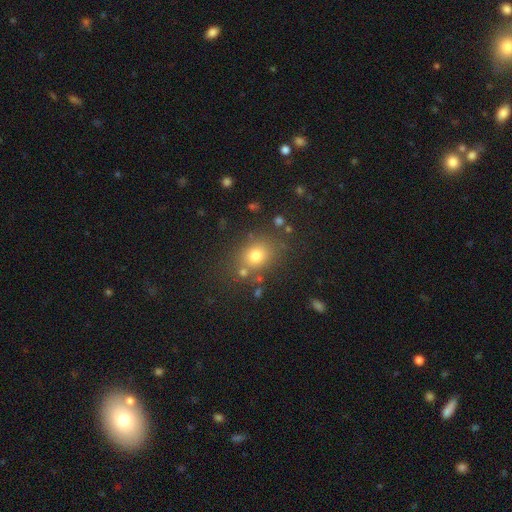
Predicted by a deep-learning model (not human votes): A smooth galaxy with no disk features (74%) that is round (57%).

Vote fractions:
- Smooth or featured? smooth: 74% / star or artifact: 16% / featured or disk: 10%
- How rounded? round: 57% / in between: 41% / cigar-shaped: 1%
- Merging? none: 75% / minor disturbance: 12% / merger: 8% / major disturbance: 5%